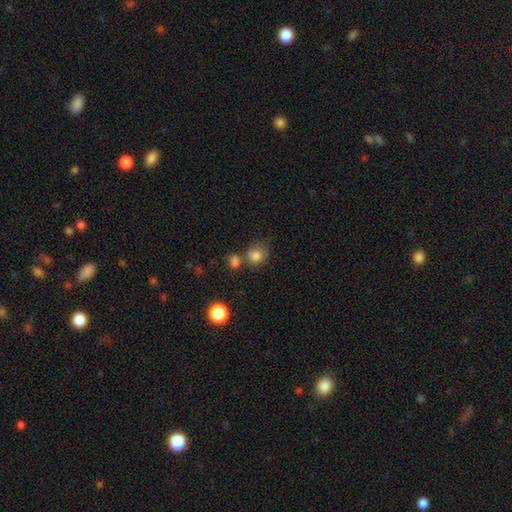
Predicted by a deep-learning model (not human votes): The model was most divided on "merging": none: 55%, merger: 24%, minor disturbance: 14%, major disturbance: 6%. More confident: smooth or featured — smooth (80%); how rounded — round (78%).